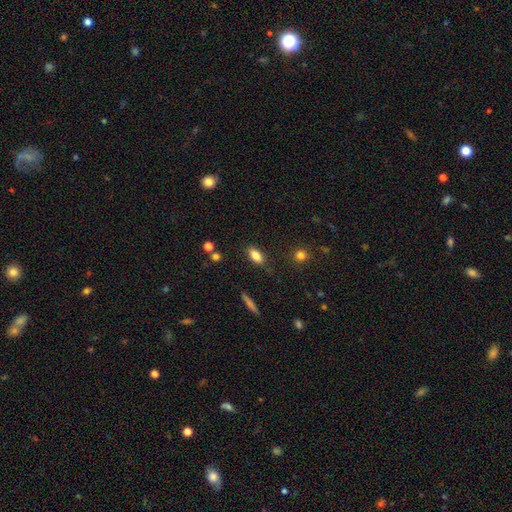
Smooth or featured?
  - smooth: 79% *
  - featured or disk: 10%
  - star or artifact: 10%
How rounded?
  - in between: 90% *
  - cigar-shaped: 6%
  - round: 3%
Merging?
  - none: 69% *
  - minor disturbance: 29%
  - major disturbance: 3%
  - merger: 0%